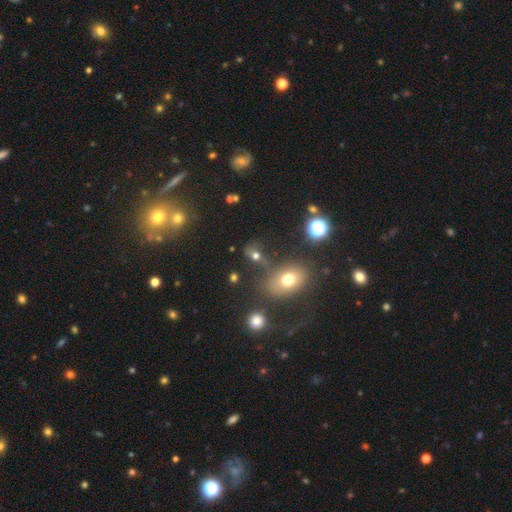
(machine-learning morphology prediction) Smooth or featured? smooth (59%)
How rounded? in between (58%)
Merging? none (50%)